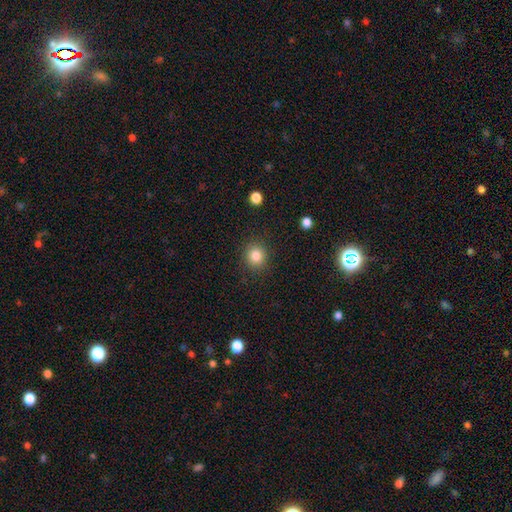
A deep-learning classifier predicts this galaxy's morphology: type=smooth (83%); roundness=round (88%); merging=none (89%).